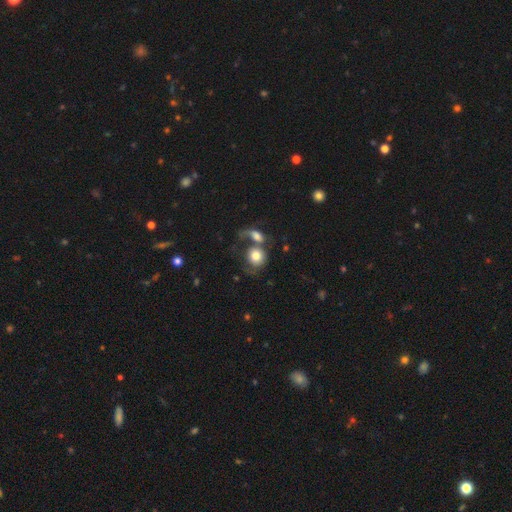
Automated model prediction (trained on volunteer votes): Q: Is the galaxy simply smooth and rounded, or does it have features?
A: smooth — 72%.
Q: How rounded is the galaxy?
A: round — 79%.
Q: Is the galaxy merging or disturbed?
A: merger — 52%.